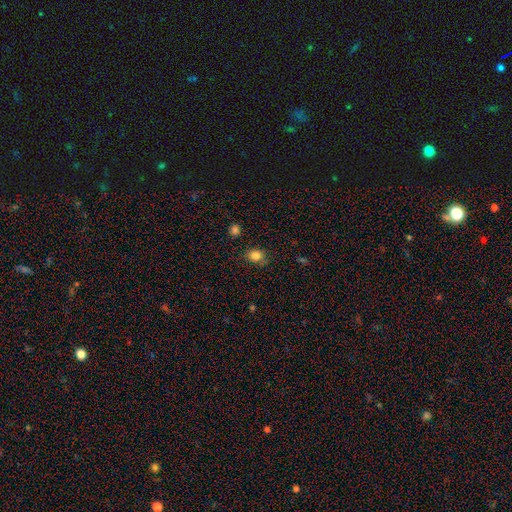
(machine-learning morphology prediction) smooth-or-featured: smooth: 83% | star or artifact: 11% | featured or disk: 5%
  how-rounded: round: 55% | in between: 44% | cigar-shaped: 1%
  merging: none: 79% | minor disturbance: 16% | major disturbance: 3% | merger: 2%